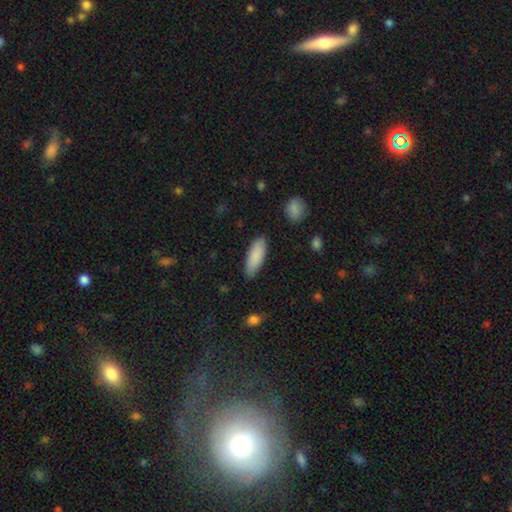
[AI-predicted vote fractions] smooth-or-featured: smooth: 88% | featured or disk: 6% | star or artifact: 6%
  how-rounded: in between: 66% | cigar-shaped: 32% | round: 2%
  merging: none: 86% | minor disturbance: 10% | major disturbance: 2% | merger: 1%